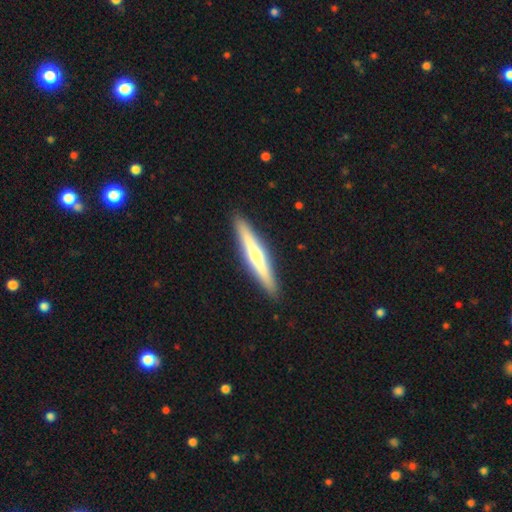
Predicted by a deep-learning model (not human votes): Smooth or featured: featured or disk — 52% (smooth — 42%)
Edge-on disk: yes — 96% (no — 4%)
Edge-on bulge: rounded — 71% (none — 21%)
Merging: none — 92% (minor disturbance — 6%)